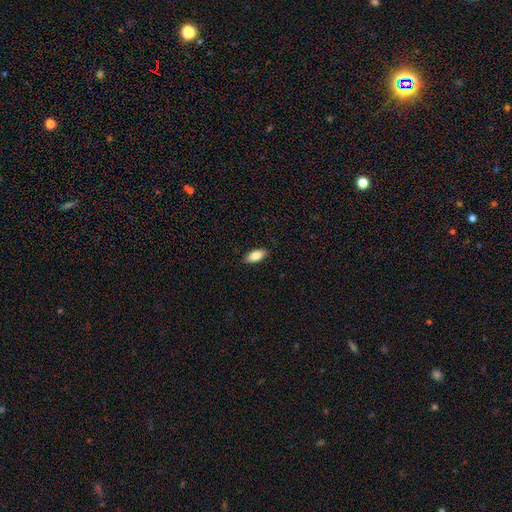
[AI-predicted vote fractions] Smooth or featured?
  - smooth: 86% *
  - featured or disk: 8%
  - star or artifact: 6%
How rounded?
  - in between: 88% *
  - cigar-shaped: 10%
  - round: 2%
Merging?
  - none: 87% *
  - minor disturbance: 10%
  - major disturbance: 2%
  - merger: 1%